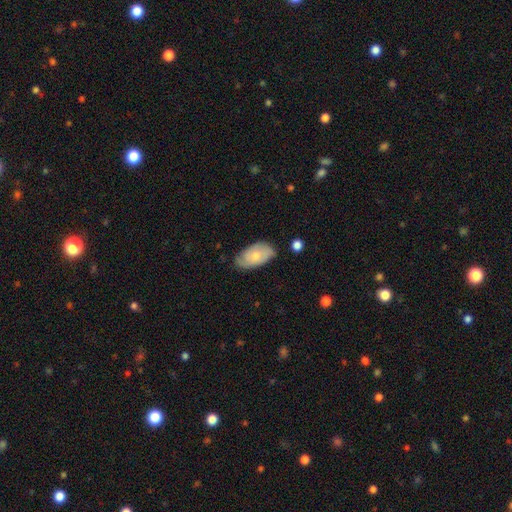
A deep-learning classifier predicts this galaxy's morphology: A smooth galaxy with no disk features (58%) that is in between round and cigar-shaped (94%). Merging: none (66%).